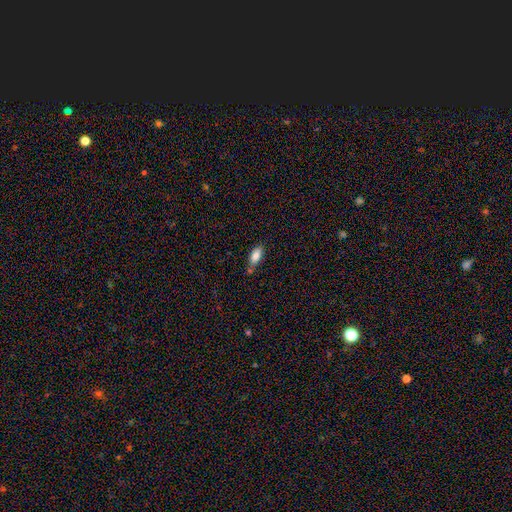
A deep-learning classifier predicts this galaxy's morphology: This appears to be a smooth galaxy with no disk features (83%) that is in between round and cigar-shaped (86%). Merging: none (61%).